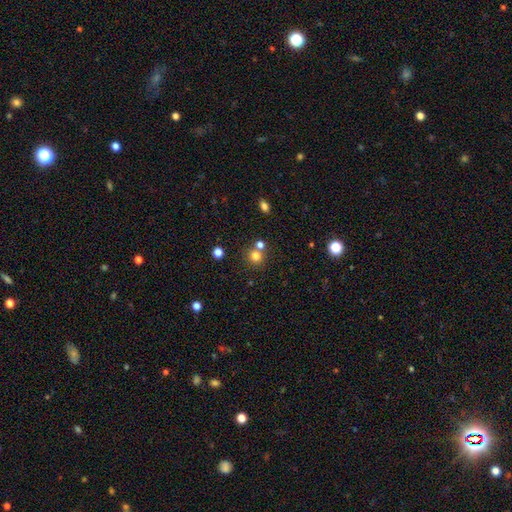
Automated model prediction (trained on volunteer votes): Smooth or featured? smooth (78%)
How rounded? round (90%)
Merging? none (69%)